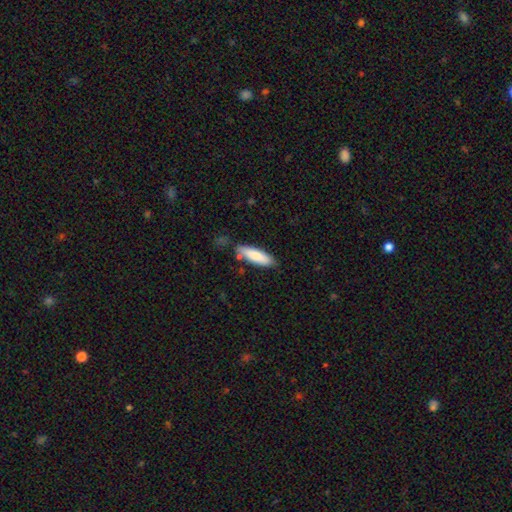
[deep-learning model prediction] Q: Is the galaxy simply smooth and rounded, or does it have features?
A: smooth — 80%.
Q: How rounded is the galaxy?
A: cigar-shaped — 53%.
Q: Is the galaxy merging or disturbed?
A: none — 78%.